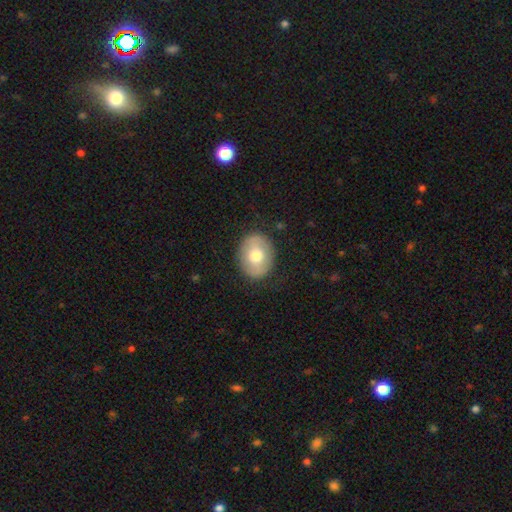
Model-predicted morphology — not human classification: smooth 65%, featured or disk 29%, star or artifact 6%. Down the decision tree: how rounded — in between (54%); merging — none (86%).